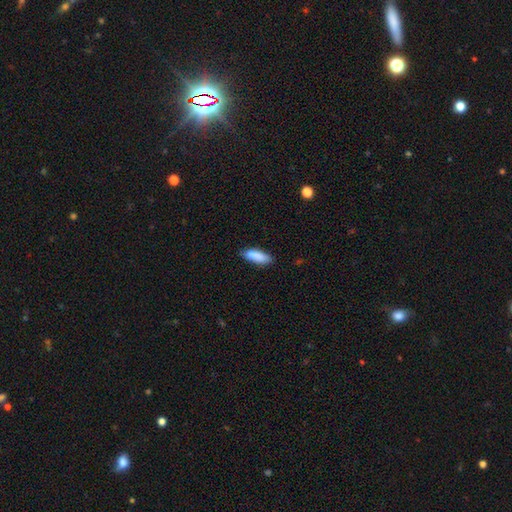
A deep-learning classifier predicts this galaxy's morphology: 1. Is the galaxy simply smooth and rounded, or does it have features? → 87% smooth, 7% featured or disk, 6% star or artifact.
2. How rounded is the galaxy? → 52% in between, 47% cigar-shaped, 2% round.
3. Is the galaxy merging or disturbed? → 77% none, 18% minor disturbance, 3% major disturbance, 2% merger.